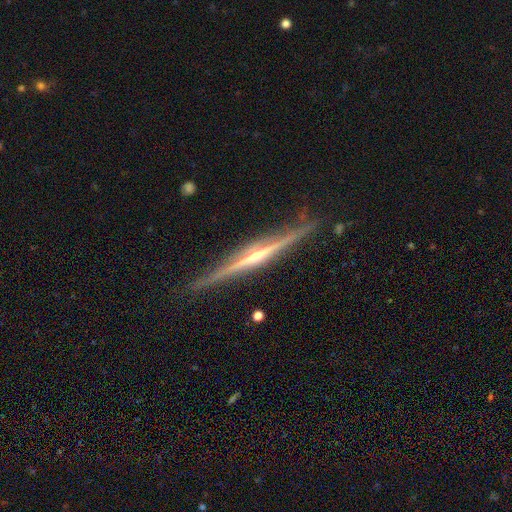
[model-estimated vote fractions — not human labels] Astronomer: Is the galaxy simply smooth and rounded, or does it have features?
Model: featured or disk — 87%.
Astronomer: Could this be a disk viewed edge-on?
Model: yes — 98%.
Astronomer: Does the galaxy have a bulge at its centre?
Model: rounded — 81%.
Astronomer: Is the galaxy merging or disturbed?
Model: none — 88%.